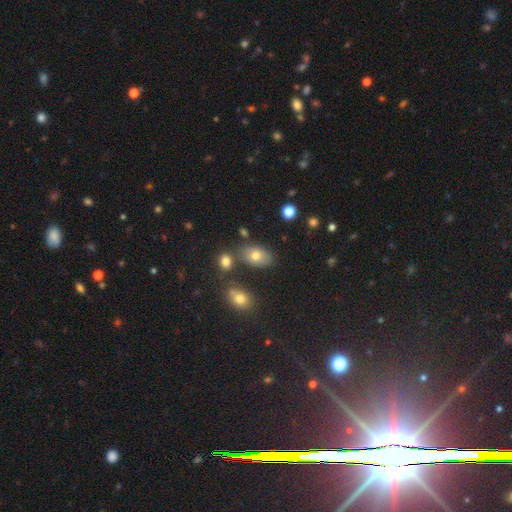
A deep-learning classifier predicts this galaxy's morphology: Smooth or featured? Predicted: smooth (p=0.73). How rounded? Predicted: in between (p=0.85). Merging? Predicted: none (p=0.71).